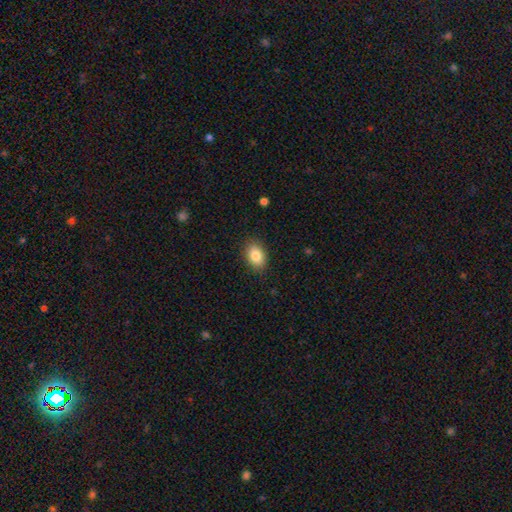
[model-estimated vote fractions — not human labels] smooth 85%, star or artifact 8%, featured or disk 7%. Down the decision tree: how rounded — in between (83%); merging — none (87%).